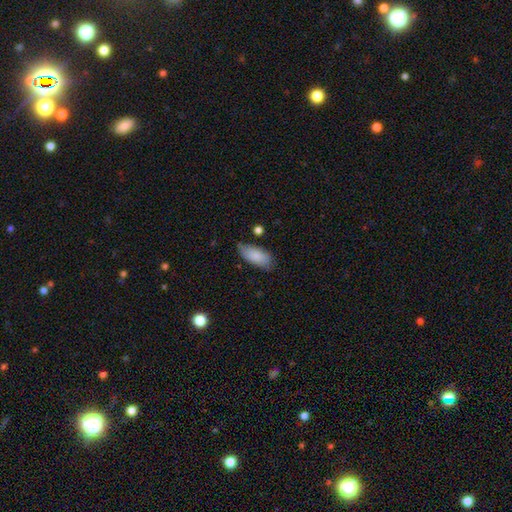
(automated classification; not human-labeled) The model was most divided on "merging": none: 69%, minor disturbance: 24%, major disturbance: 4%, merger: 3%. More confident: how rounded — in between (89%); smooth or featured — smooth (86%).